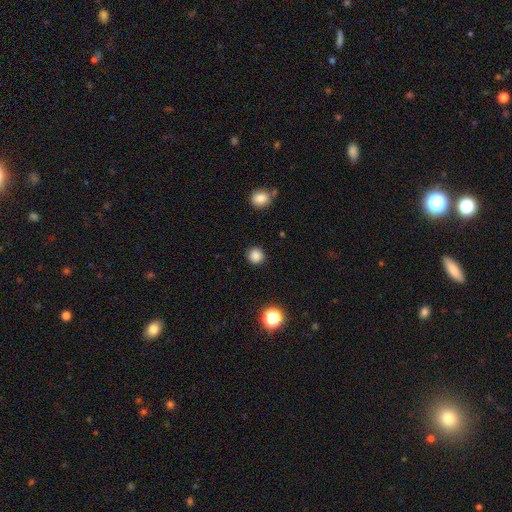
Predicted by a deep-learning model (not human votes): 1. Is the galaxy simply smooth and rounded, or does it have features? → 85% smooth, 12% star or artifact, 3% featured or disk.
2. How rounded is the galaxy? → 92% round, 7% in between, 1% cigar-shaped.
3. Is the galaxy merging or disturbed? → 90% none, 6% minor disturbance, 2% major disturbance, 1% merger.